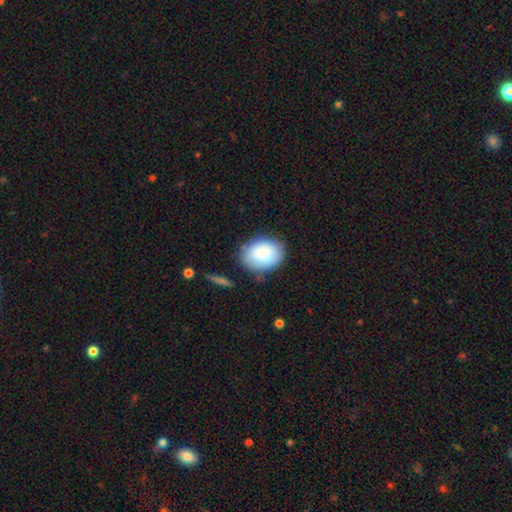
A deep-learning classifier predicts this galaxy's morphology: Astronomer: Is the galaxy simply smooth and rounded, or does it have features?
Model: smooth — 84%.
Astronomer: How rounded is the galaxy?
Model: in between — 65%.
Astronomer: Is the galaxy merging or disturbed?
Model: none — 71%.